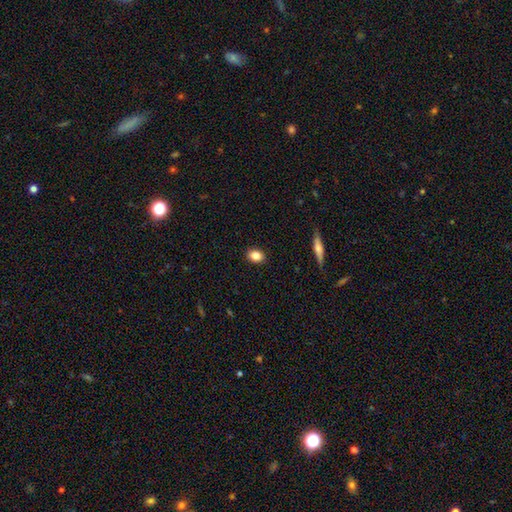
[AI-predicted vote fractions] Smooth or featured? smooth (84%)
How rounded? in between (71%)
Merging? none (90%)